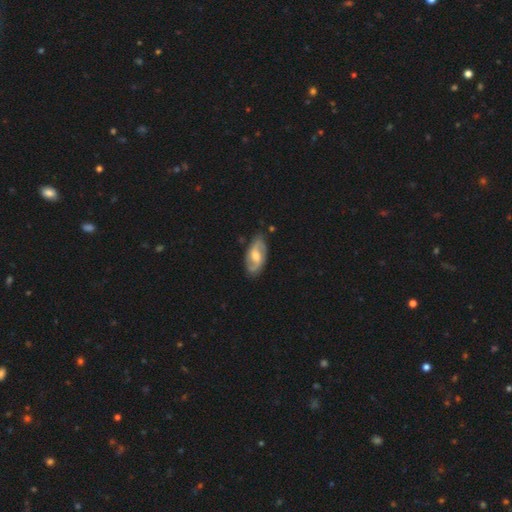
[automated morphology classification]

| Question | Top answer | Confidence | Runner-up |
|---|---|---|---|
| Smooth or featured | featured or disk | 75% | smooth (20%) |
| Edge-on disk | no | 95% | yes (5%) |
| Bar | weak | 53% | no (30%) |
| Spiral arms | yes | 92% | no (8%) |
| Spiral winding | medium | 47% | loose (31%) |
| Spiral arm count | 2 | 89% | can't tell (6%) |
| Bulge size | moderate | 64% | small (22%) |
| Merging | none | 82% | minor disturbance (14%) |